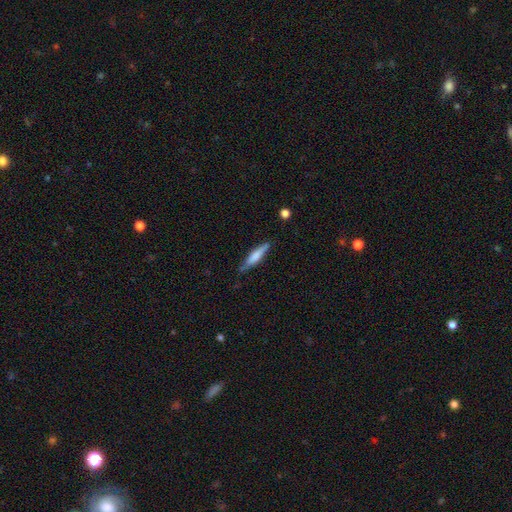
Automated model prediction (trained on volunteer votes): Q: Smooth or featured?
A: smooth (57%); runner-up: featured or disk (37%)
Q: How rounded?
A: cigar-shaped (84%); runner-up: in between (14%)
Q: Merging?
A: none (77%); runner-up: minor disturbance (18%)